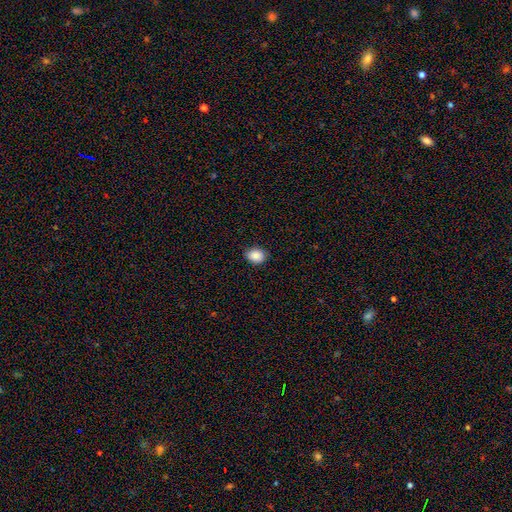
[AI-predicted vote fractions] Smooth or featured? Predicted: smooth (p=0.87). How rounded? Predicted: in between (p=0.56). Merging? Predicted: none (p=0.88).